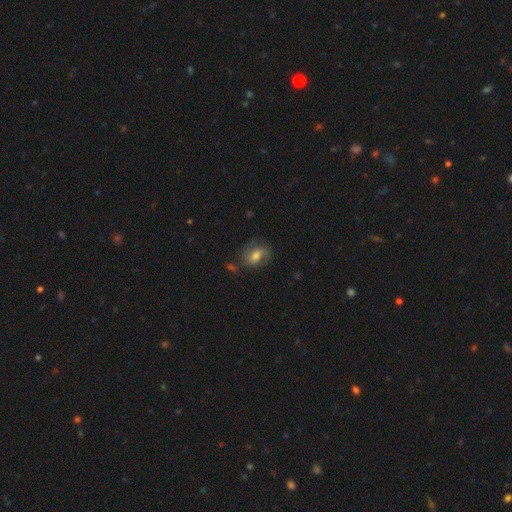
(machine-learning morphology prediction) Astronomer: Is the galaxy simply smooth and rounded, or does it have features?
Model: smooth — 47% (runner-up: featured or disk, 43%).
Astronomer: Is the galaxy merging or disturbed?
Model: none — 63%.